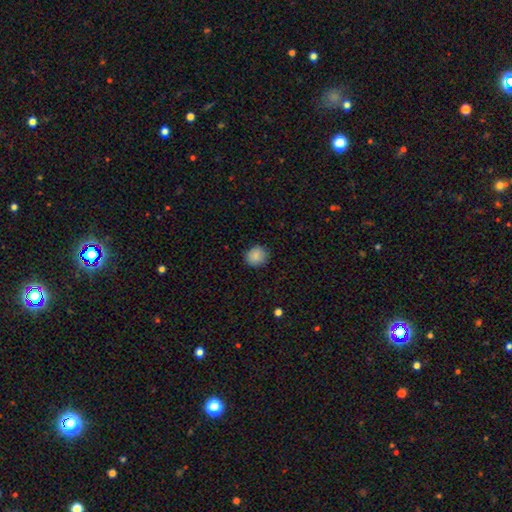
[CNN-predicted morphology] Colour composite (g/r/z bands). It shows a smooth galaxy with no disk features (88%) that is round (83%). Merging: none (89%).